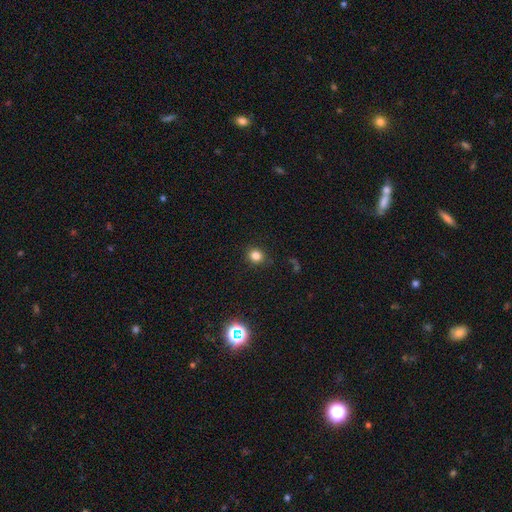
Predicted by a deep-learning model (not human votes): Smooth or featured? Predicted: smooth (p=0.82). How rounded? Predicted: round (p=0.78). Merging? Predicted: none (p=0.87).